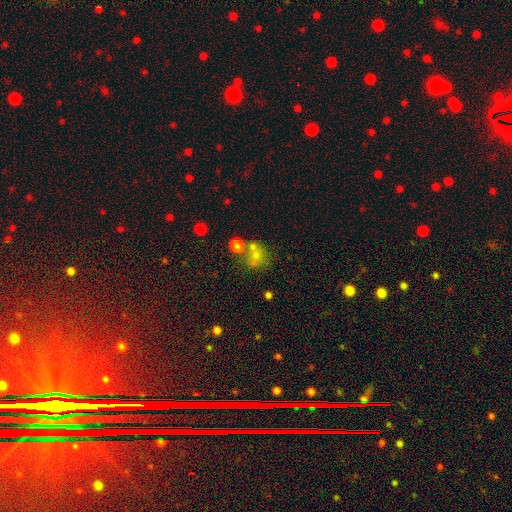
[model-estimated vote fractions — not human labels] This is likely a smooth galaxy (64%). How rounded: likely round (65%). Merging: marginally none (41%).